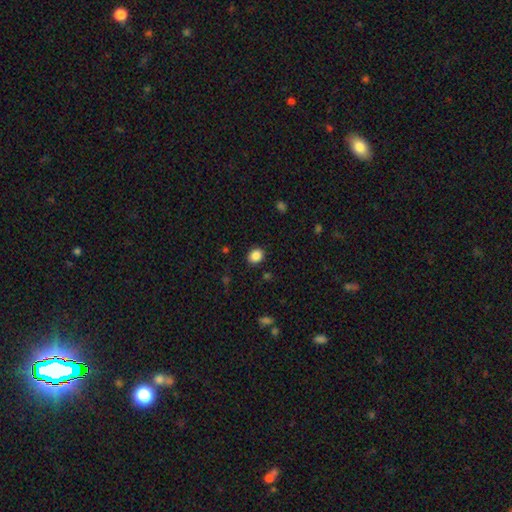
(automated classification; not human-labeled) This appears to be a smooth galaxy with no disk features (87%) that is round (55%). Merging: none (88%).